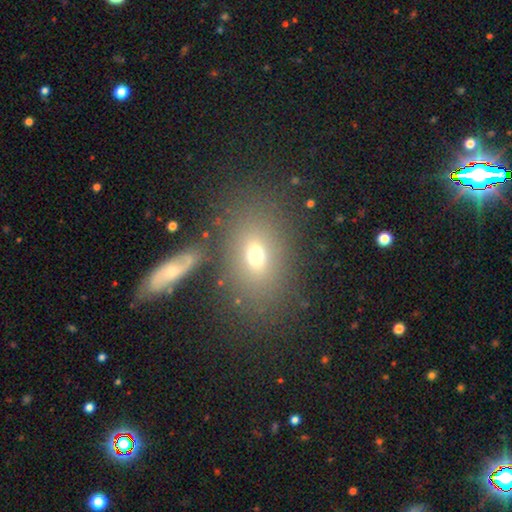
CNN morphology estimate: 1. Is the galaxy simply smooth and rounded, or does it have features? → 67% smooth, 18% featured or disk, 14% star or artifact.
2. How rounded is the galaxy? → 77% in between, 20% round, 3% cigar-shaped.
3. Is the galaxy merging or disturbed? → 72% none, 12% minor disturbance, 10% merger, 6% major disturbance.